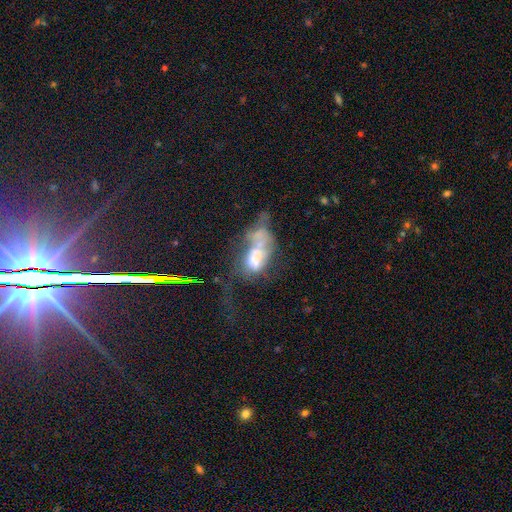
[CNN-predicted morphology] featured or disk 51%, smooth 34%, star or artifact 15%. Down the decision tree: edge-on disk — no (95%); merging — merger (48%).